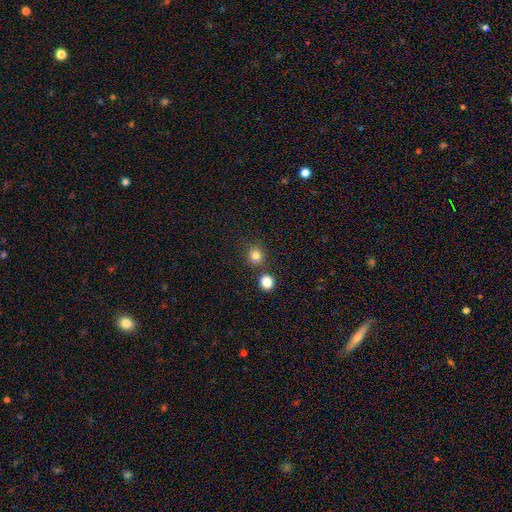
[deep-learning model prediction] Smooth or featured? Predicted: smooth (p=0.81). How rounded? Predicted: round (p=0.90). Merging? Predicted: none (p=0.79).